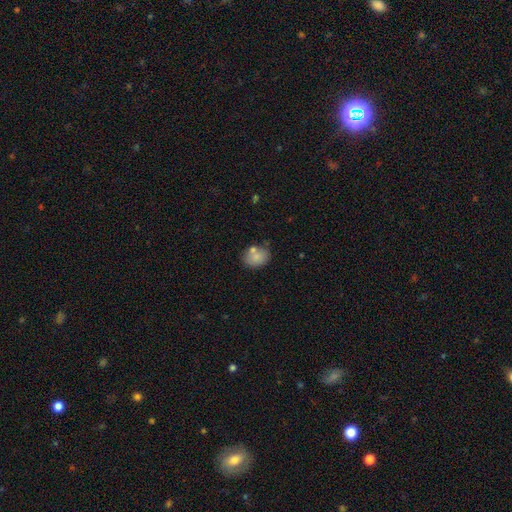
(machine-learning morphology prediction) smooth 78%, featured or disk 13%, star or artifact 9%. Down the decision tree: how rounded — in between (52%); merging — none (64%).